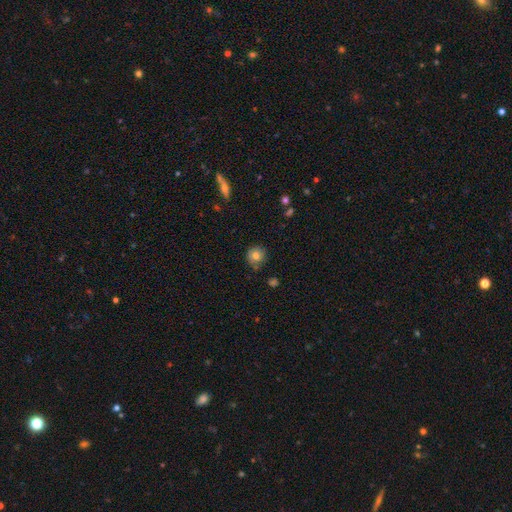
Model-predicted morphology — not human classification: Q: Smooth or featured?
A: smooth (76%); runner-up: featured or disk (13%)
Q: How rounded?
A: round (91%); runner-up: in between (8%)
Q: Merging?
A: none (79%); runner-up: minor disturbance (16%)